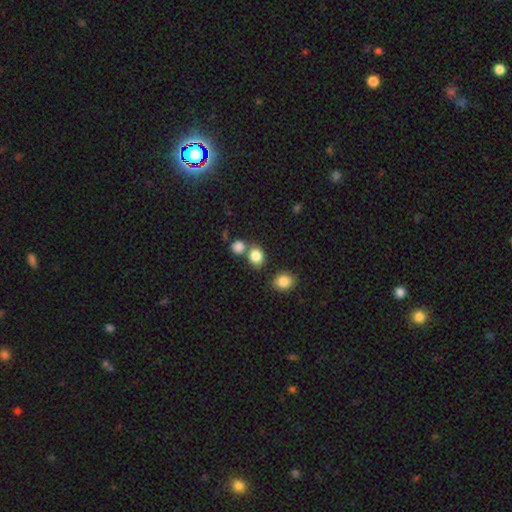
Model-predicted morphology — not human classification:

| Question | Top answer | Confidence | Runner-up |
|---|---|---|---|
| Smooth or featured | smooth | 83% | star or artifact (11%) |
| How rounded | round | 66% | in between (32%) |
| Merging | none | 62% | merger (25%) |